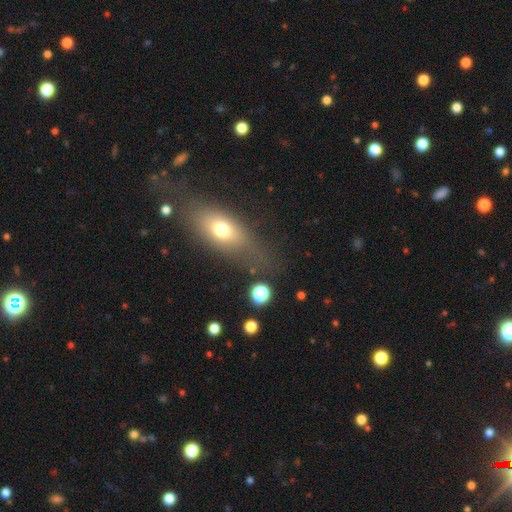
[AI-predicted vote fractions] Smooth or featured? smooth (56%)
How rounded? in between (64%)
Merging? none (68%)